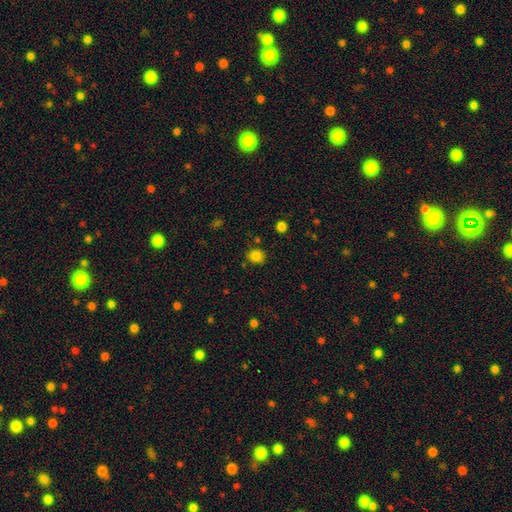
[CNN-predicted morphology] type=smooth (83%); roundness=round (71%); merging=none (81%).